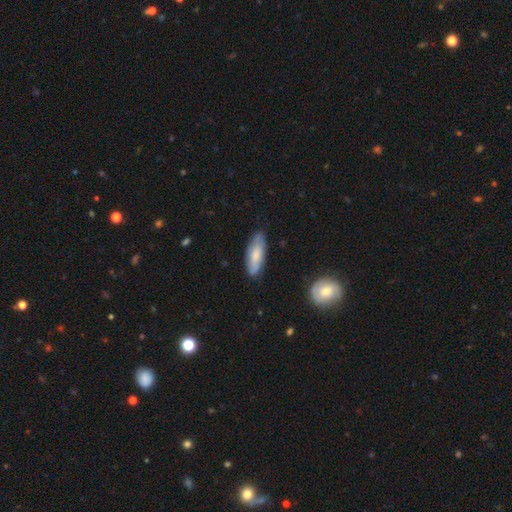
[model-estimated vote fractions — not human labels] Morphology: type=smooth (66%); roundness=in between (67%); merging=none (76%).